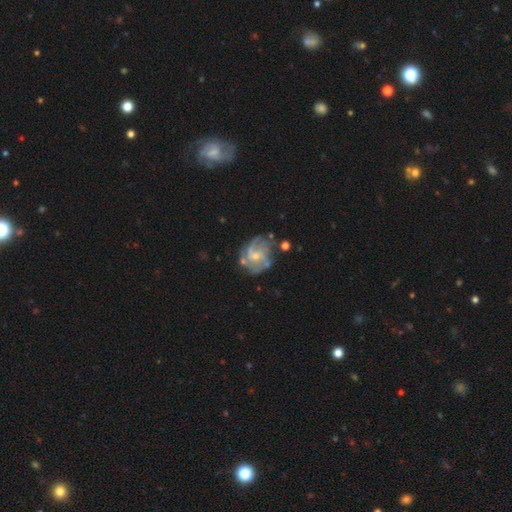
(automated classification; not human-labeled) The model was most divided on "spiral arm count": can't tell: 28%, 3: 26%, 2: 19%, 4: 15%, 1: 6%, more than 4: 6%. Remaining: edge-on disk — no (98%); spiral arms — yes (91%); smooth or featured — featured or disk (83%); bulge size — small (69%); bar — no (64%); merging — none (60%); spiral winding — medium (43%).